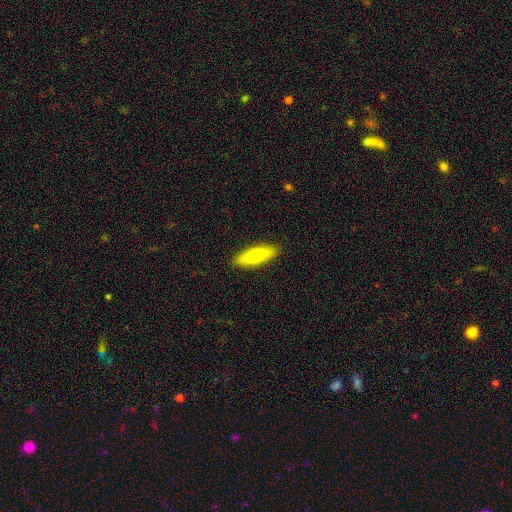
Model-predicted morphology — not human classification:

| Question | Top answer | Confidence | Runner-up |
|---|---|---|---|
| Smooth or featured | smooth | 72% | featured or disk (23%) |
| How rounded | cigar-shaped | 53% | in between (45%) |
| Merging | none | 90% | minor disturbance (7%) |